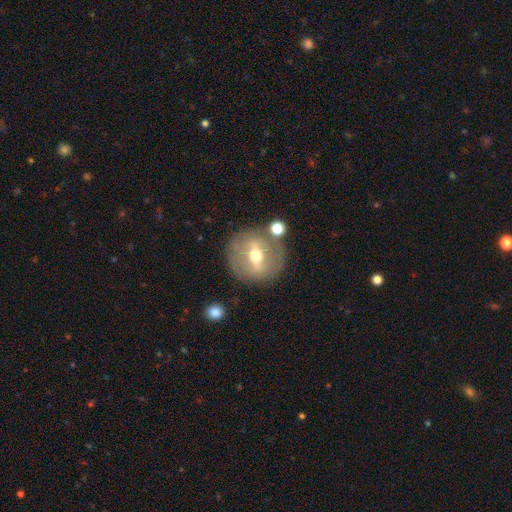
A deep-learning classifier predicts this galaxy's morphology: type=featured or disk (61%); edge-on=no (81%); merging=none (77%).